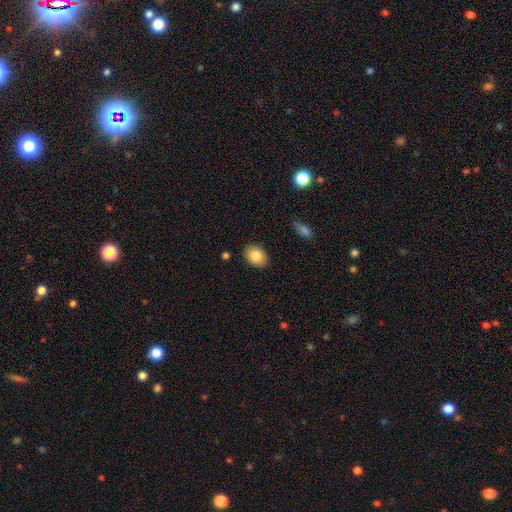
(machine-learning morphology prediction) type=smooth (84%); roundness=in between (76%); merging=none (87%).